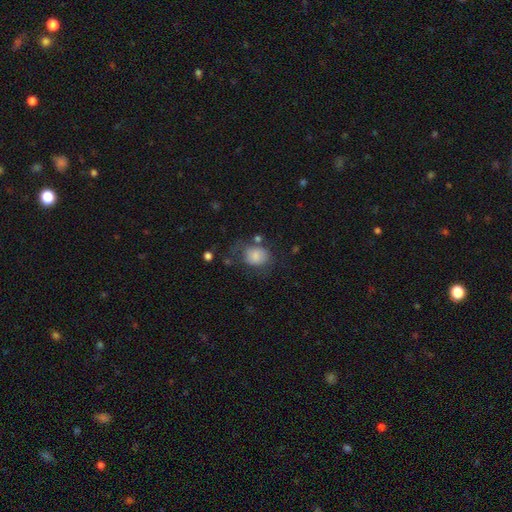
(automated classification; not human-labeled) smooth-or-featured: smooth: 79% | featured or disk: 12% | star or artifact: 9%
  how-rounded: round: 56% | in between: 43% | cigar-shaped: 1%
  merging: none: 50% | minor disturbance: 26% | major disturbance: 18% | merger: 6%